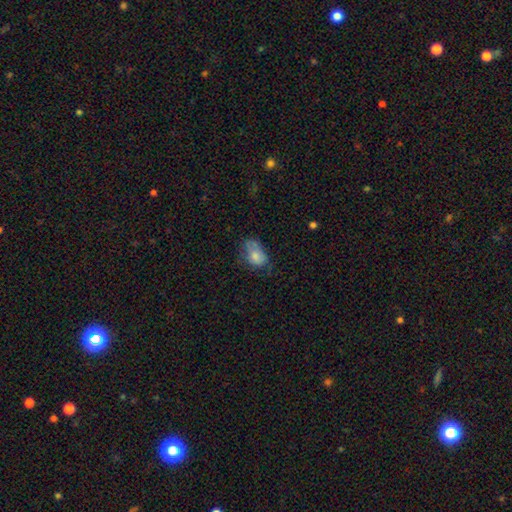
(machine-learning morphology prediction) smooth-or-featured: smooth: 74% | featured or disk: 18% | star or artifact: 8%
  how-rounded: in between: 86% | round: 12% | cigar-shaped: 1%
  merging: none: 38% | minor disturbance: 36% | major disturbance: 23% | merger: 3%